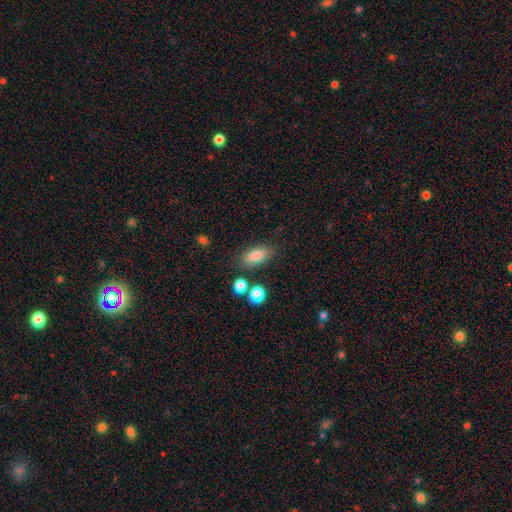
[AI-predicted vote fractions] The model was most divided on "merging": none: 80%, minor disturbance: 12%, merger: 5%, major disturbance: 4%. More confident: how rounded — in between (85%); smooth or featured — smooth (85%).